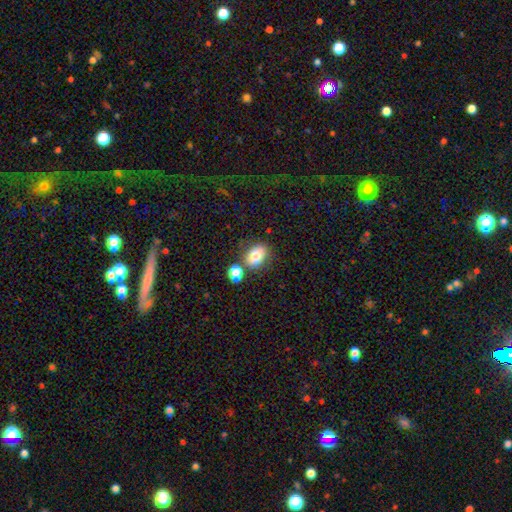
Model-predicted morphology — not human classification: Smooth or featured?
  - smooth: 80% *
  - featured or disk: 11%
  - star or artifact: 9%
How rounded?
  - in between: 79% *
  - round: 20%
  - cigar-shaped: 1%
Merging?
  - none: 65% *
  - merger: 16%
  - minor disturbance: 14%
  - major disturbance: 4%